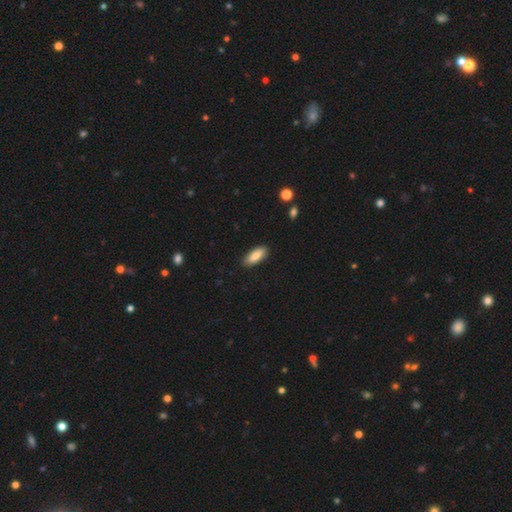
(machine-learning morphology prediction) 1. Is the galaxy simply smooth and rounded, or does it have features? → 85% smooth, 9% featured or disk, 6% star or artifact.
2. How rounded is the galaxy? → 81% in between, 17% cigar-shaped, 2% round.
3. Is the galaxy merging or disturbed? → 86% none, 11% minor disturbance, 2% major disturbance, 1% merger.